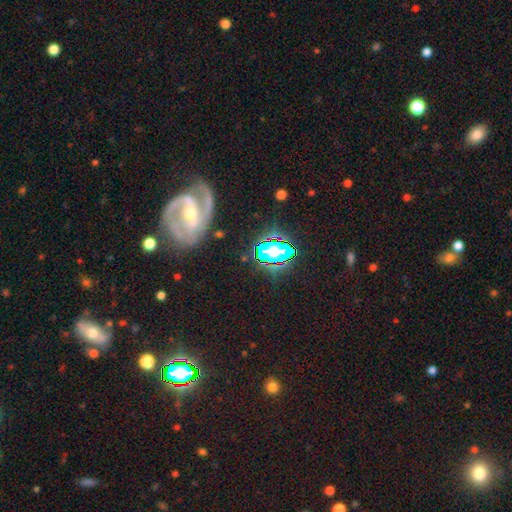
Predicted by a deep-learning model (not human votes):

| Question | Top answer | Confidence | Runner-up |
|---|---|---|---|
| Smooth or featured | featured or disk | 52% | star or artifact (32%) |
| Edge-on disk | no | 92% | yes (8%) |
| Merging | none | 72% | minor disturbance (15%) |